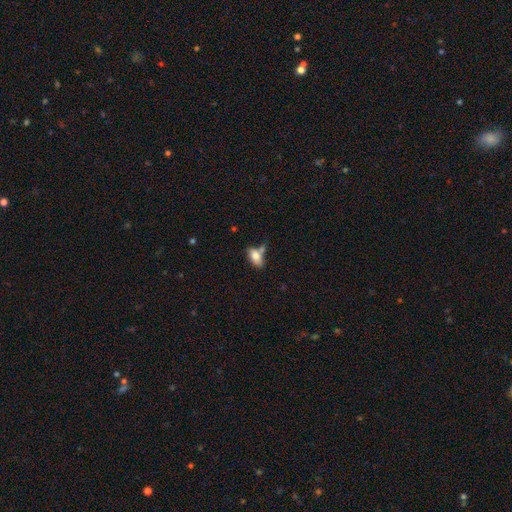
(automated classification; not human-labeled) Q: Smooth or featured?
A: smooth (79%); runner-up: featured or disk (13%)
Q: How rounded?
A: in between (90%); runner-up: cigar-shaped (6%)
Q: Merging?
A: none (49%); runner-up: merger (26%)